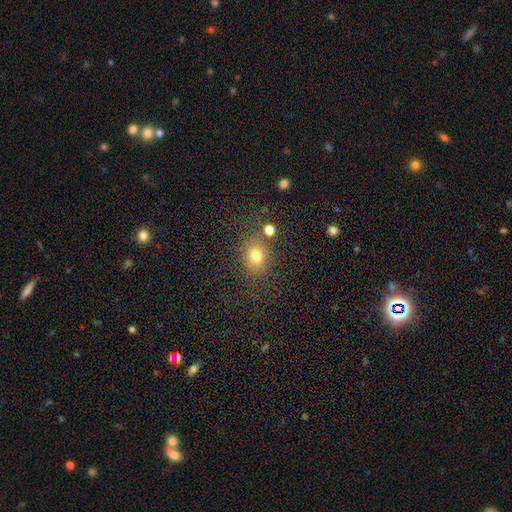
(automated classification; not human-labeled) Smooth or featured? Predicted: smooth (p=0.76). How rounded? Predicted: round (p=0.60). Merging? Predicted: none (p=0.76).